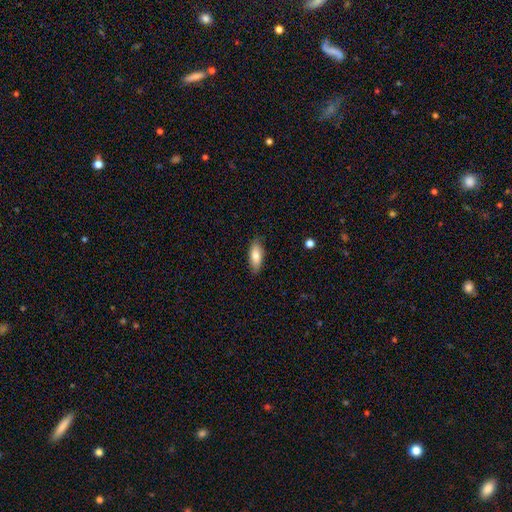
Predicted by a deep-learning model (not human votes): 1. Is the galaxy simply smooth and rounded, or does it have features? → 78% smooth, 15% featured or disk, 6% star or artifact.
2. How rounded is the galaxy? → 77% in between, 20% cigar-shaped, 2% round.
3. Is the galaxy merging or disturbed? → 83% none, 14% minor disturbance, 2% major disturbance, 1% merger.